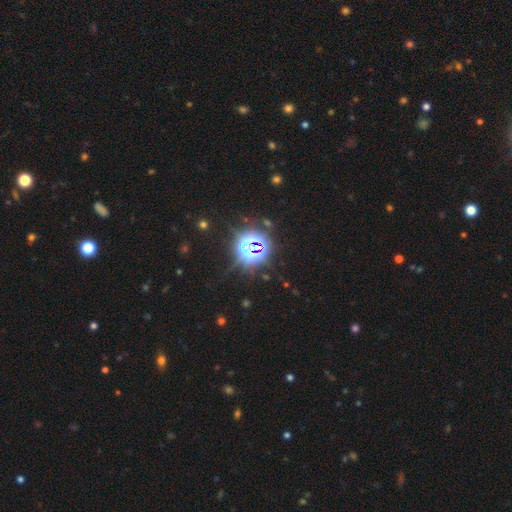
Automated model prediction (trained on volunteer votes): A star or artifact, not a galaxy (80%).

Vote fractions:
- Smooth or featured? star or artifact: 80% / smooth: 13% / featured or disk: 7%